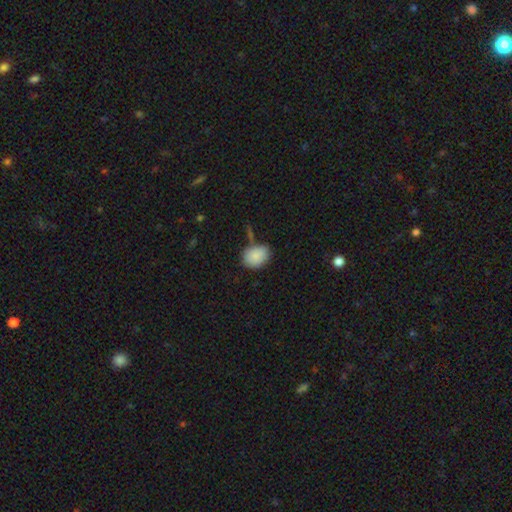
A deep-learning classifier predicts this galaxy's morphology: smooth_or_featured: smooth (p=0.87) [alt: star or artifact p=0.07]
how_rounded: in between (p=0.70) [alt: round p=0.29]
merging: none (p=0.63) [alt: minor disturbance p=0.21]